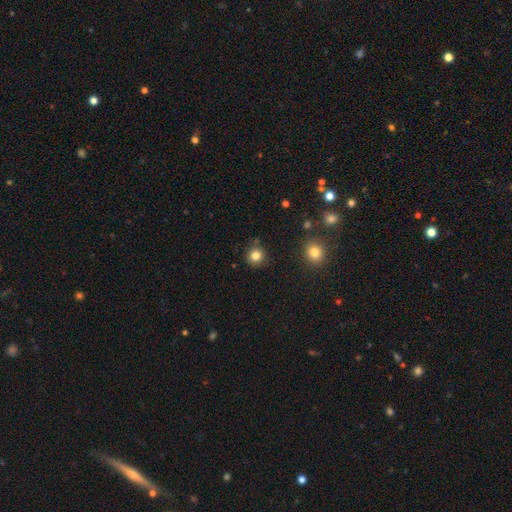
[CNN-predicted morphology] type=smooth (83%); roundness=round (92%); merging=none (87%).